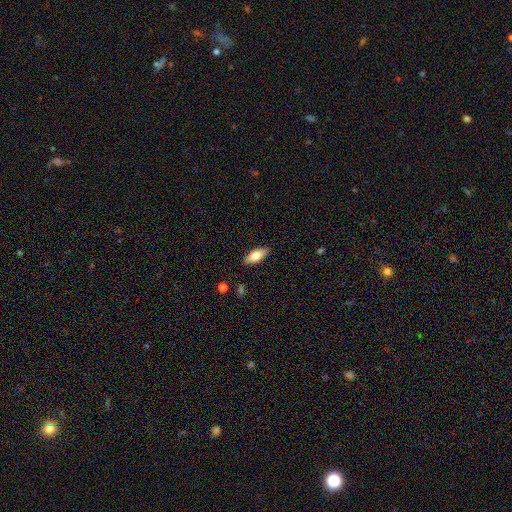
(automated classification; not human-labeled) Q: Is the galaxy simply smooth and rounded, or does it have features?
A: smooth — 73%.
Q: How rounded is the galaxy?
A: in between — 79%.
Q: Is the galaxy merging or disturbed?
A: none — 87%.